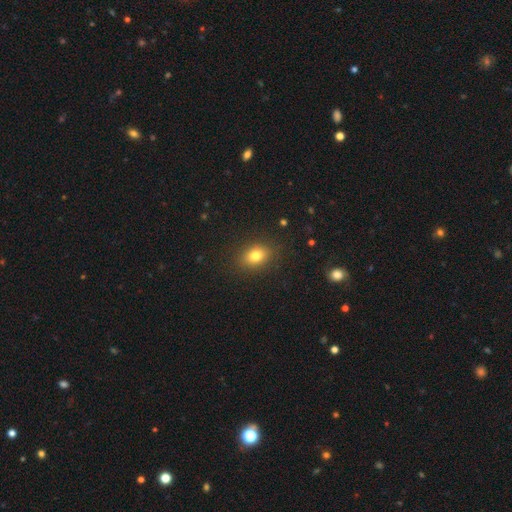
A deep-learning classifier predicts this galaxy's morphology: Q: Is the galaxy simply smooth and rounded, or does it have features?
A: smooth — 79%.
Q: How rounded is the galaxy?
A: in between — 65%.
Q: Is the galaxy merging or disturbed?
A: none — 87%.